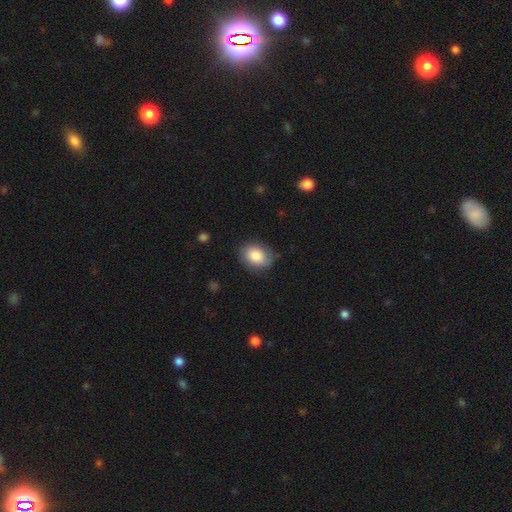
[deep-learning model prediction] Smooth or featured?
  - smooth: 80% *
  - featured or disk: 13%
  - star or artifact: 7%
How rounded?
  - in between: 65% *
  - round: 34%
  - cigar-shaped: 1%
Merging?
  - none: 76% *
  - minor disturbance: 18%
  - major disturbance: 5%
  - merger: 1%